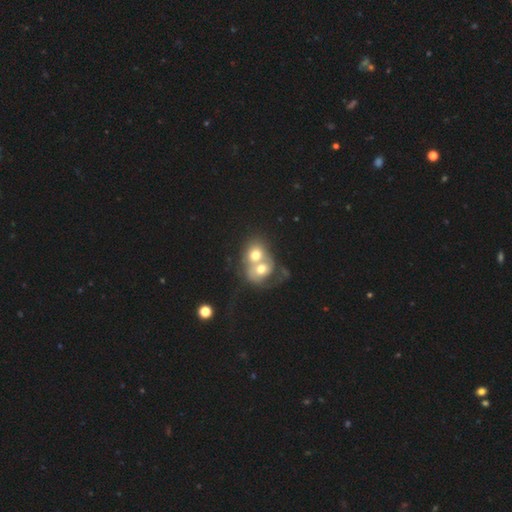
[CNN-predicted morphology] A smooth galaxy with no disk features (54%) that is round (63%). Merging: merger (80%).